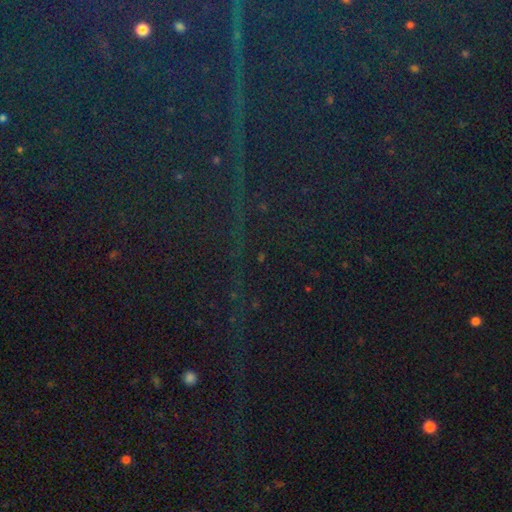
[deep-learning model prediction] The model was most divided on "smooth or featured": star or artifact: 88%, smooth: 6%, featured or disk: 6%.